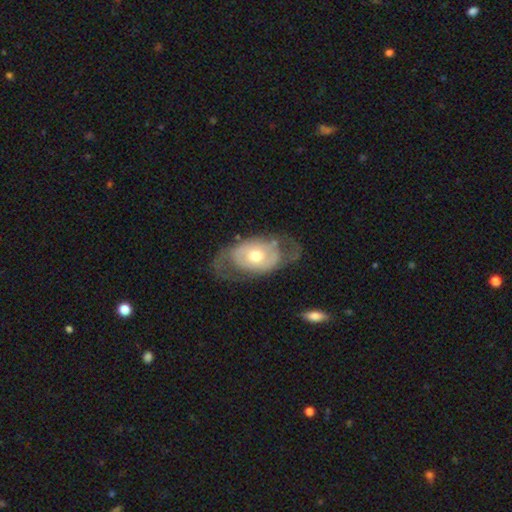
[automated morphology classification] type=featured or disk (68%); edge-on=no (93%); bar=no (81%); spiral arms=yes (50%, tied with no); bulge=moderate (70%); merging=none (61%).